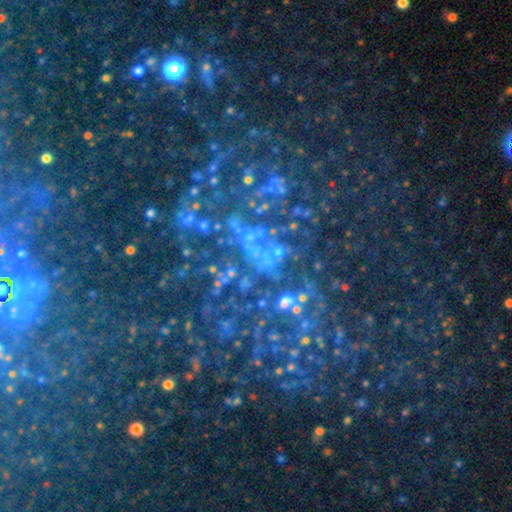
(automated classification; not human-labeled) Smooth or featured?
  - star or artifact: 42% * (tied)
  - featured or disk: 42% * (tied)
  - smooth: 16%